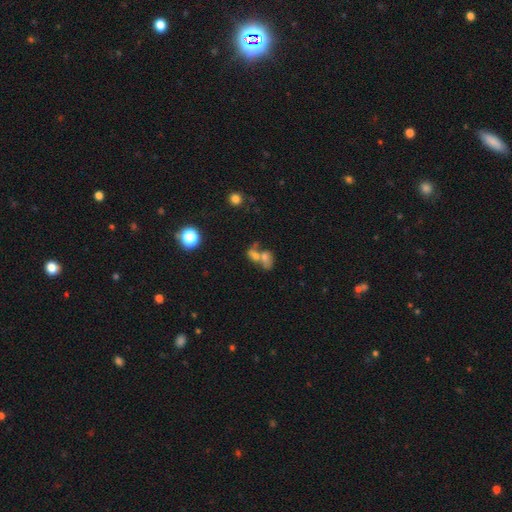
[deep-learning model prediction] A smooth galaxy with no disk features (60%) that is in between round and cigar-shaped (68%). Merging: merger (66%).